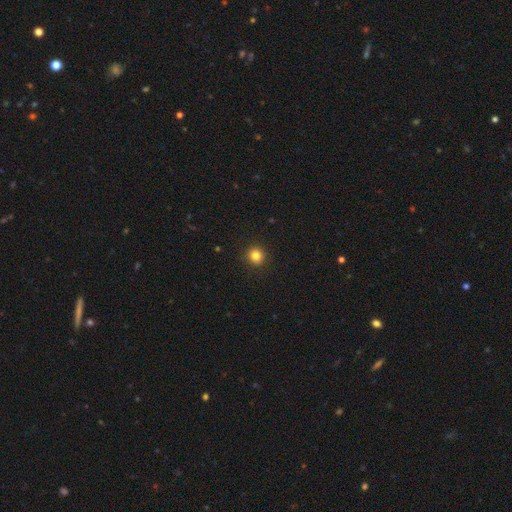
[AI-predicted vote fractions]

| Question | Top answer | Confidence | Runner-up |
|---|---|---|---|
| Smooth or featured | smooth | 82% | star or artifact (13%) |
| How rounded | round | 92% | in between (7%) |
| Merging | none | 92% | minor disturbance (5%) |